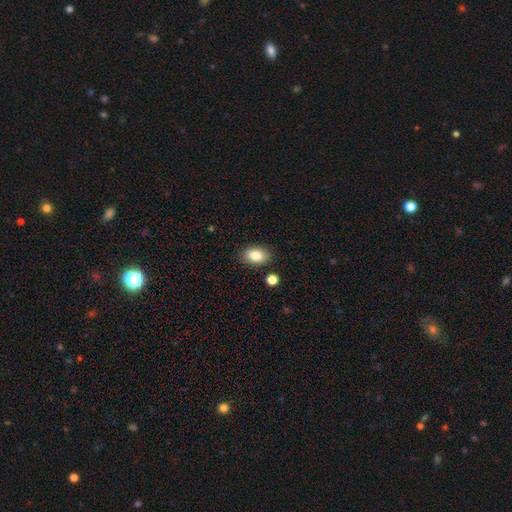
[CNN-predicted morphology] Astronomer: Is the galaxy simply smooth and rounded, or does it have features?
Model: smooth — 84%.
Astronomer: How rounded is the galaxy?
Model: in between — 85%.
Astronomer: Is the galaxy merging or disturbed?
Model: none — 85%.